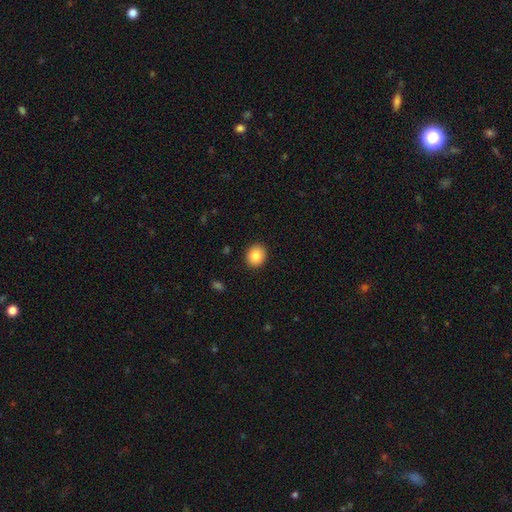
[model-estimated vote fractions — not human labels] A smooth galaxy with no disk features (85%) that is round (74%).

Vote fractions:
- Smooth or featured? smooth: 85% / star or artifact: 9% / featured or disk: 7%
- How rounded? round: 74% / in between: 25% / cigar-shaped: 1%
- Merging? none: 91% / minor disturbance: 6% / major disturbance: 2% / merger: 1%